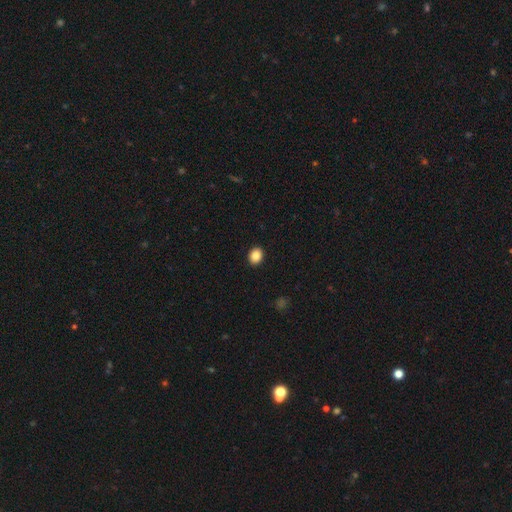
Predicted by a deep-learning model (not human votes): This appears to be a smooth galaxy with no disk features (86%) that is round (55%). Merging: none (92%).